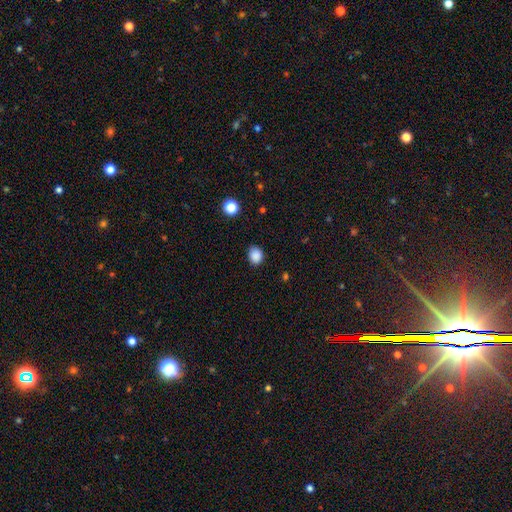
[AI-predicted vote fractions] smooth_or_featured: smooth (p=0.87) [alt: star or artifact p=0.10]
how_rounded: round (p=0.57) [alt: in between p=0.43]
merging: none (p=0.86) [alt: minor disturbance p=0.10]